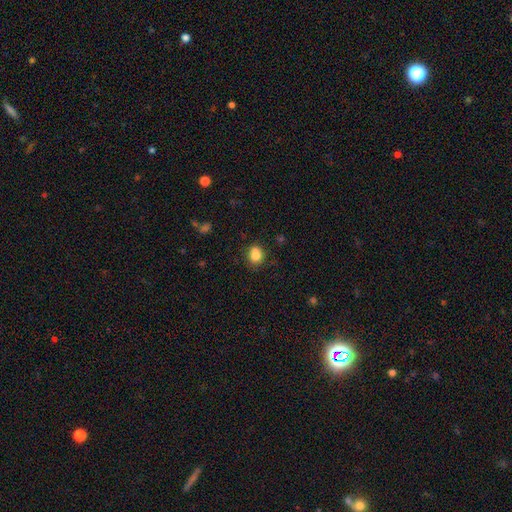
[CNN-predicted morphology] Smooth or featured? Predicted: smooth (p=0.82). How rounded? Predicted: round (p=0.56). Merging? Predicted: none (p=0.62).